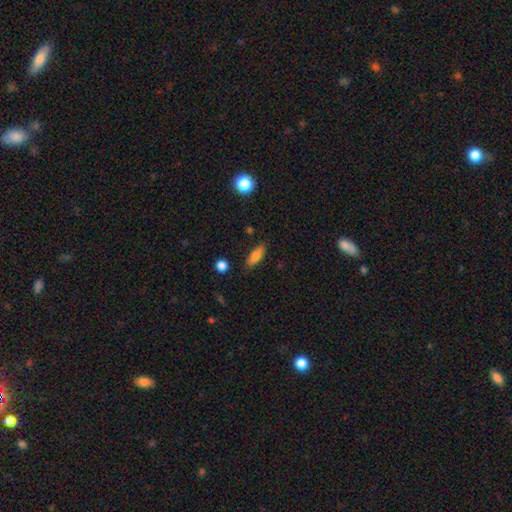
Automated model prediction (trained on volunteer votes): smooth-or-featured: smooth: 77% | featured or disk: 15% | star or artifact: 8%
  how-rounded: in between: 63% | cigar-shaped: 34% | round: 3%
  merging: none: 83% | minor disturbance: 13% | major disturbance: 3% | merger: 2%